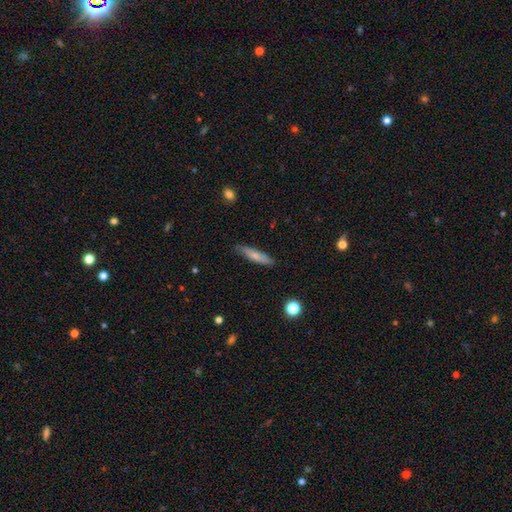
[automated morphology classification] smooth 71%, featured or disk 23%, star or artifact 6%. Down the decision tree: how rounded — cigar-shaped (81%); merging — none (83%).